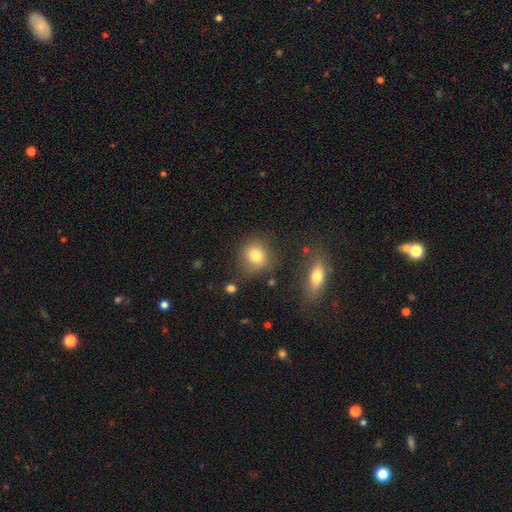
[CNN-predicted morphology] smooth-or-featured: smooth: 79% | star or artifact: 12% | featured or disk: 9%
  how-rounded: round: 75% | in between: 23% | cigar-shaped: 1%
  merging: none: 76% | minor disturbance: 14% | merger: 5% | major disturbance: 5%